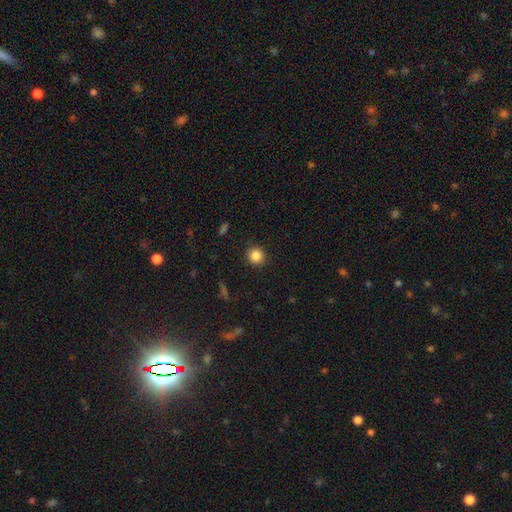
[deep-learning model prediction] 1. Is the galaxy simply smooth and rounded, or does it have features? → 84% smooth, 11% star or artifact, 5% featured or disk.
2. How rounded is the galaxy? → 92% round, 7% in between, 1% cigar-shaped.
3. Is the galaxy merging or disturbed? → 92% none, 6% minor disturbance, 2% major disturbance, 1% merger.